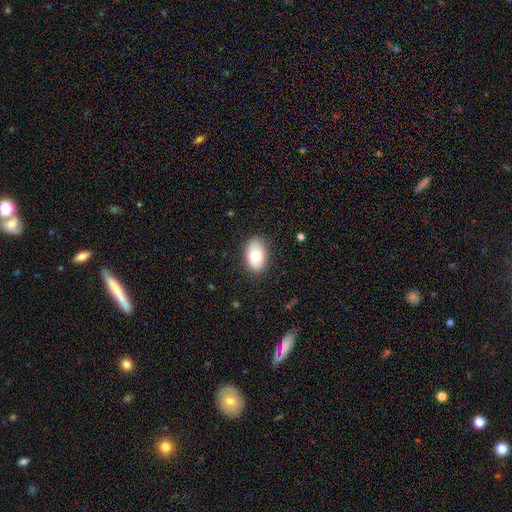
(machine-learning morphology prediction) A smooth galaxy with no disk features (75%) that is in between round and cigar-shaped (88%). Merging: none (84%).